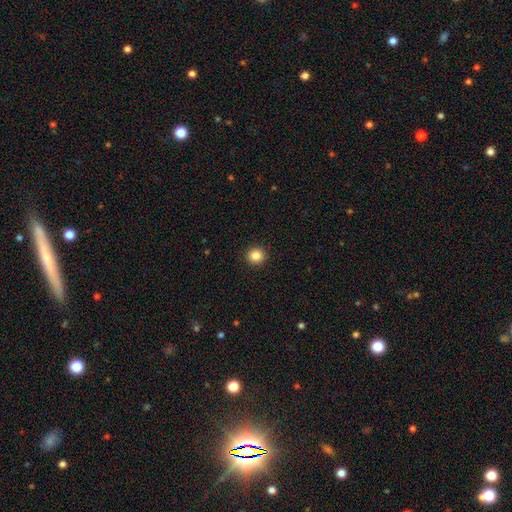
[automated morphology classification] This appears to be a smooth galaxy with no disk features (86%) that is round (93%). Merging: none (93%).